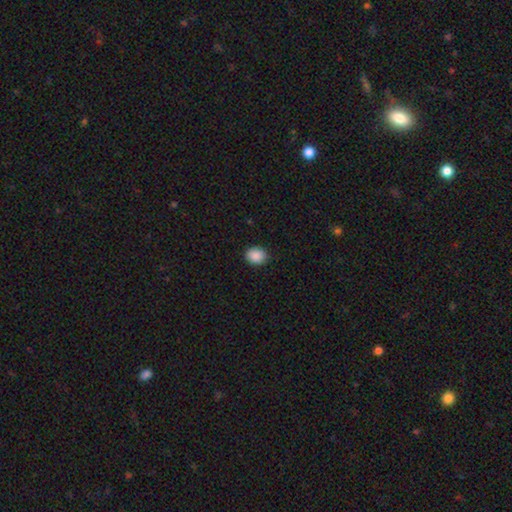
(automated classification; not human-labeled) smooth-or-featured: smooth: 89% | star or artifact: 8% | featured or disk: 3%
  how-rounded: round: 59% | in between: 40% | cigar-shaped: 1%
  merging: none: 90% | minor disturbance: 7% | major disturbance: 2% | merger: 1%